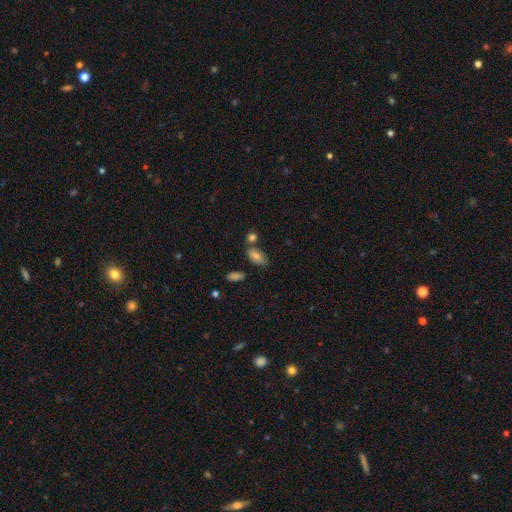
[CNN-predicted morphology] The model was most divided on "merging": none: 66%, minor disturbance: 15%, merger: 14%, major disturbance: 4%. More confident: how rounded — in between (89%); smooth or featured — smooth (75%).